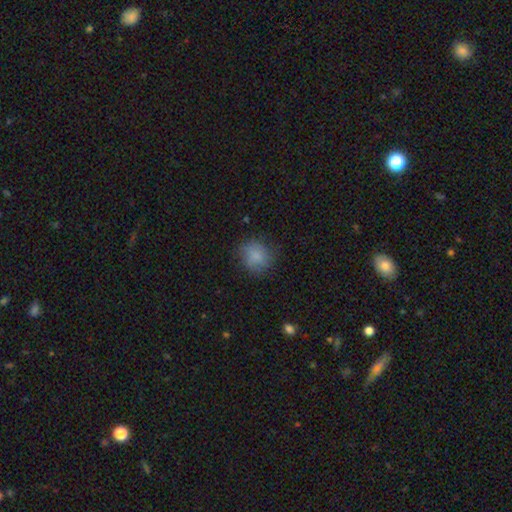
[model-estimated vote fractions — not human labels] smooth 79%, featured or disk 12%, star or artifact 9%. Down the decision tree: how rounded — round (81%); merging — none (72%).